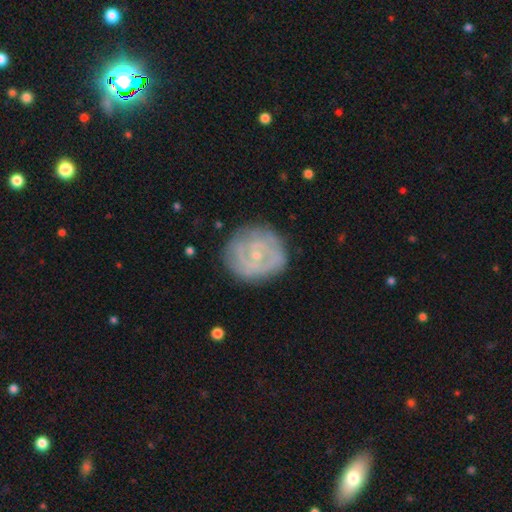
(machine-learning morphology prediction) The model was most divided on "spiral arm count": can't tell: 42%, 2: 31%, 3: 13%, 4: 5%, 1: 5%, more than 4: 4%. More confident: edge-on disk — no (97%); bulge size — small (79%); merging — none (78%); spiral arms — yes (77%); smooth or featured — featured or disk (71%); bar — no (68%); spiral winding — tight (66%).